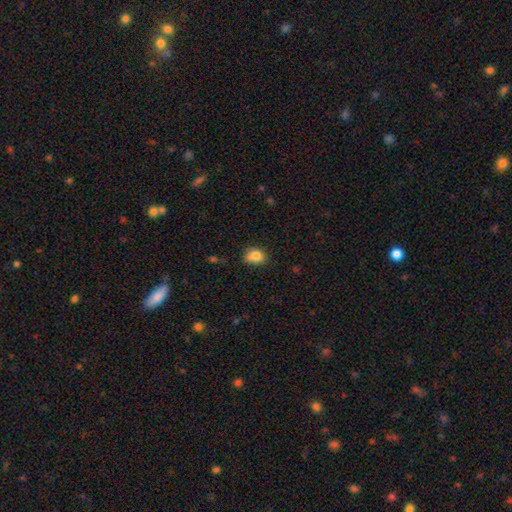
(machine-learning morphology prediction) This appears to be a smooth galaxy with no disk features (80%) that is in between round and cigar-shaped (58%). Merging: none (57%).